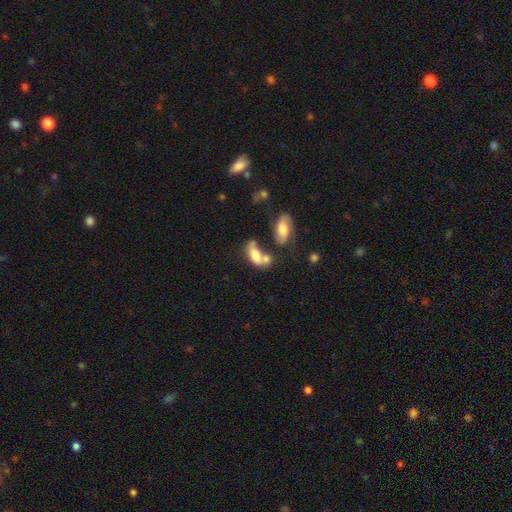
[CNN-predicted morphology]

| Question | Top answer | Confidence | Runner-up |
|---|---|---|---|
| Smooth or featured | smooth | 66% | featured or disk (25%) |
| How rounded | in between | 84% | cigar-shaped (10%) |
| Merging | merger | 45% | none (26%) |